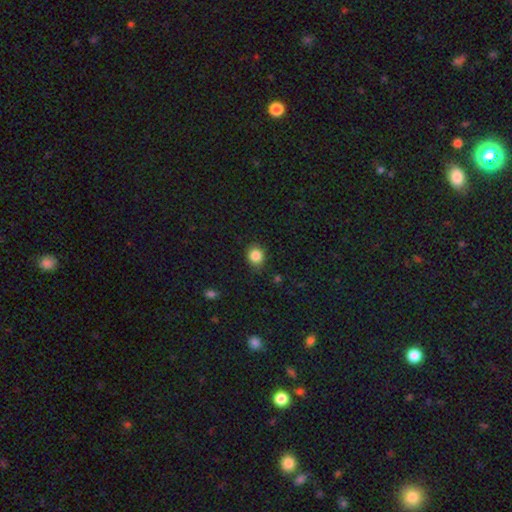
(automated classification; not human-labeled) A smooth galaxy with no disk features (85%) that is round (75%).

Vote fractions:
- Smooth or featured? smooth: 85% / star or artifact: 11% / featured or disk: 5%
- How rounded? round: 75% / in between: 24% / cigar-shaped: 1%
- Merging? none: 82% / minor disturbance: 14% / major disturbance: 3% / merger: 1%